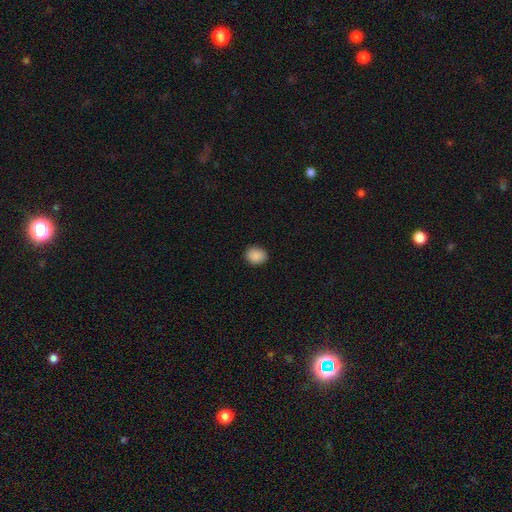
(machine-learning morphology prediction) Smooth or featured: smooth — 89% (star or artifact — 8%)
How rounded: round — 60% (in between — 39%)
Merging: none — 89% (minor disturbance — 8%)